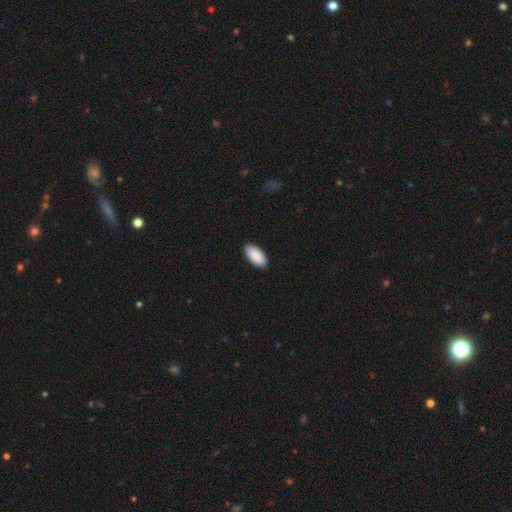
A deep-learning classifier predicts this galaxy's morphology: This appears to be a smooth galaxy with no disk features (91%) that is in between round and cigar-shaped (94%). Merging: none (90%).